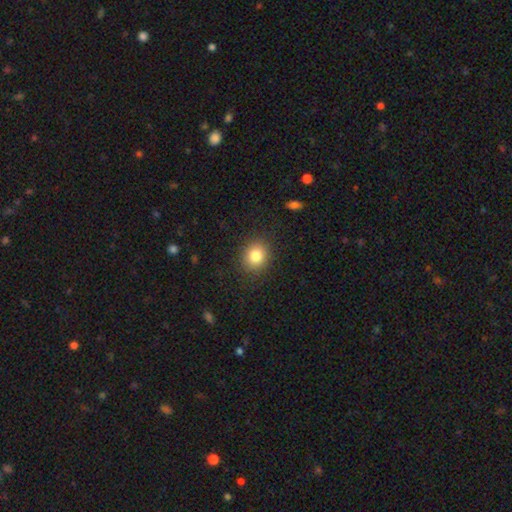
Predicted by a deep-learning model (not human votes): smooth-or-featured: smooth: 82% | star or artifact: 11% | featured or disk: 7%
  how-rounded: round: 71% | in between: 28% | cigar-shaped: 1%
  merging: none: 88% | minor disturbance: 8% | major disturbance: 3% | merger: 1%